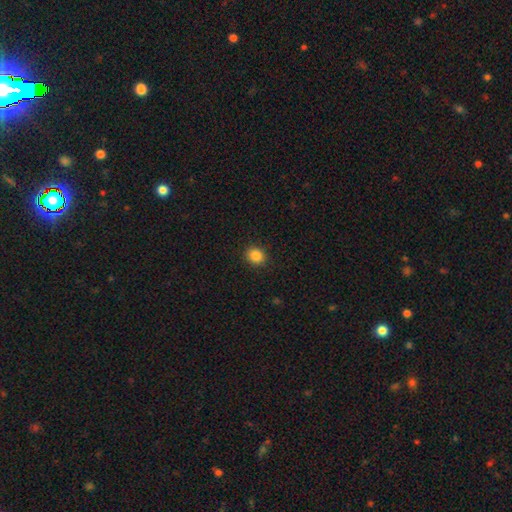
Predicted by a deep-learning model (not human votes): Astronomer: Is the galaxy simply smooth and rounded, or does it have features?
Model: smooth — 86%.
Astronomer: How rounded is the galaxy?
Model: round — 73%.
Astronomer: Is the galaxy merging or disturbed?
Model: none — 90%.